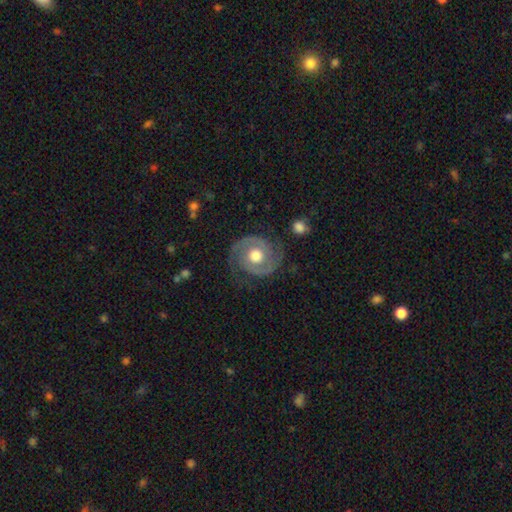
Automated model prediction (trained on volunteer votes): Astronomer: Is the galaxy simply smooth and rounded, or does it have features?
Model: featured or disk — 88%.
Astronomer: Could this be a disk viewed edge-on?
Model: no — 98%.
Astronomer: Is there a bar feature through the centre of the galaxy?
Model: no — 77%.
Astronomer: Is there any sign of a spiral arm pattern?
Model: yes — 95%.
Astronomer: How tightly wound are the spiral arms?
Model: tight — 53% (runner-up: medium, 39%).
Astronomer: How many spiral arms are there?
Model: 2 — 92%.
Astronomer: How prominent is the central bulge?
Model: moderate — 62%.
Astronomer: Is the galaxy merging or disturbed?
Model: none — 79%.